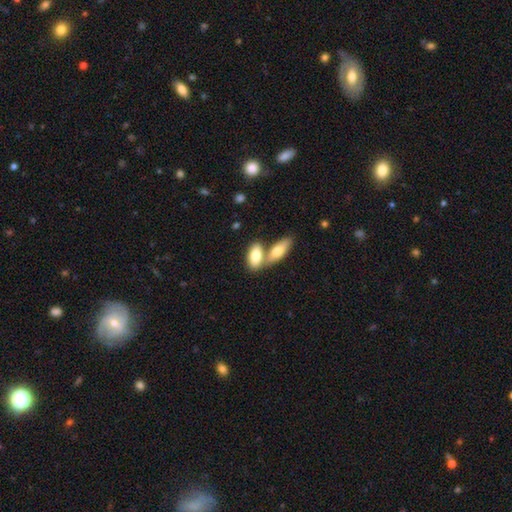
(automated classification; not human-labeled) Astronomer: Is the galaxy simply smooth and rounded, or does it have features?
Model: smooth — 77%.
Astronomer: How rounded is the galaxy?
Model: in between — 86%.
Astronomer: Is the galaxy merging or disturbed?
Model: merger — 54% (runner-up: none, 36%).